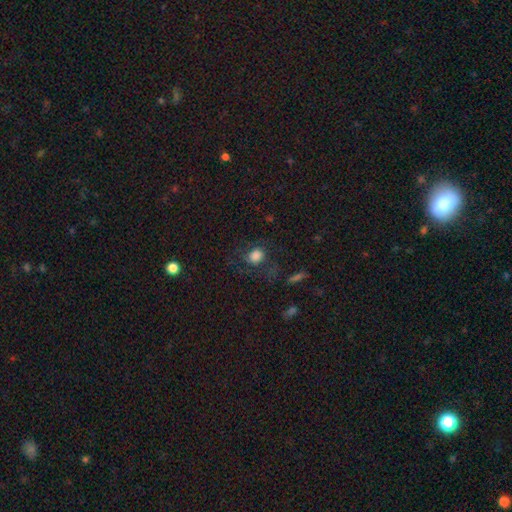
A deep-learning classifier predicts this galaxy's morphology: A smooth galaxy with no disk features (66%) that is round (67%).

Vote fractions:
- Smooth or featured? smooth: 66% / featured or disk: 20% / star or artifact: 14%
- How rounded? round: 67% / in between: 31% / cigar-shaped: 2%
- Merging? none: 60% / major disturbance: 20% / minor disturbance: 18% / merger: 3%